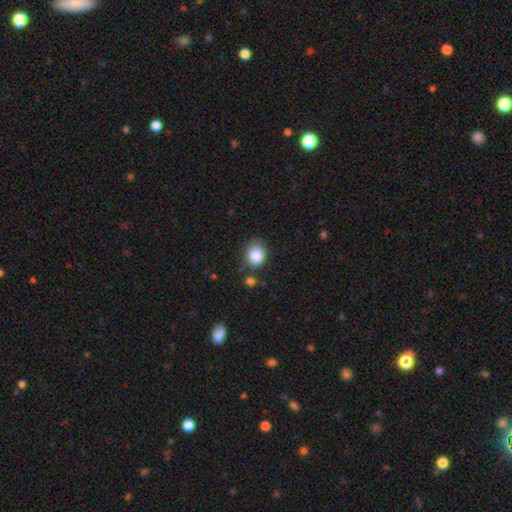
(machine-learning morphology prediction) smooth_or_featured: smooth (p=0.86) [alt: star or artifact p=0.09]
how_rounded: round (p=0.52) [alt: in between p=0.48]
merging: none (p=0.67) [alt: minor disturbance p=0.21]